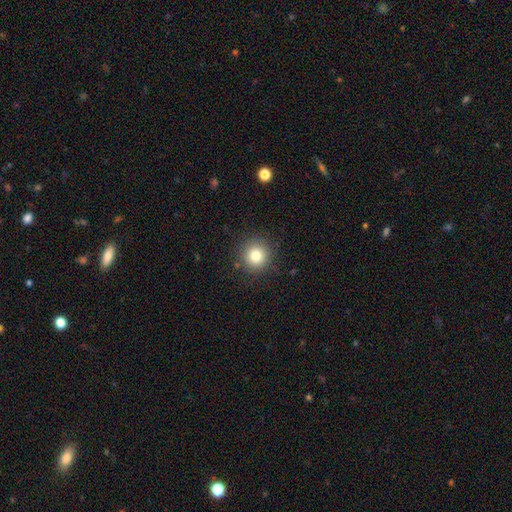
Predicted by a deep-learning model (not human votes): Smooth or featured: smooth — 81% (star or artifact — 12%)
How rounded: round — 94% (in between — 6%)
Merging: none — 88% (minor disturbance — 8%)